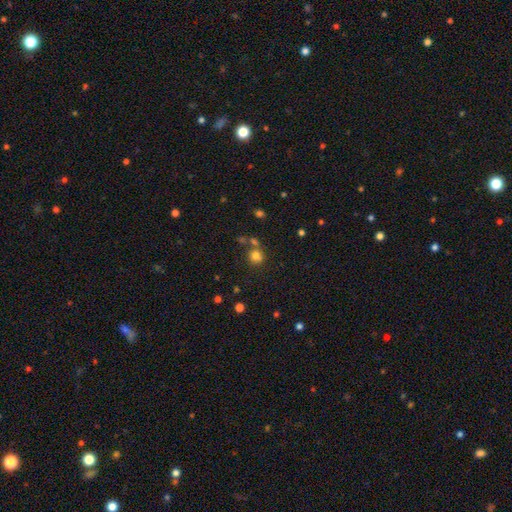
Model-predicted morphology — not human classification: type=smooth (77%); roundness=round (87%); merging=none (64%).